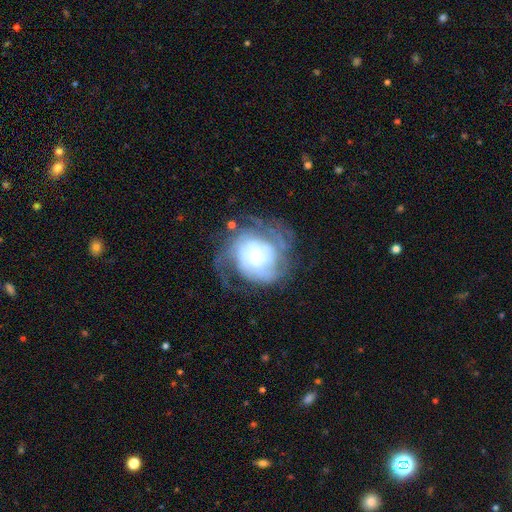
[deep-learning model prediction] Smooth or featured?
  - featured or disk: 79% *
  - smooth: 14%
  - star or artifact: 7%
Edge-on disk?
  - no: 98% *
  - yes: 2%
Bar?
  - no: 60% *
  - weak: 32%
  - strong: 8%
Spiral arms?
  - yes: 89% *
  - no: 11%
Spiral winding?
  - tight: 54% *
  - medium: 33%
  - loose: 13%
Spiral arm count?
  - can't tell: 41% *
  - 2: 22%
  - 3: 15%
  - 4: 9%
  - 1: 6%
  - more than 4: 6%
Bulge size?
  - small: 47% *
  - moderate: 28%
  - large: 15%
  - none: 6%
  - dominant: 3%
Merging?
  - none: 54% *
  - major disturbance: 23%
  - minor disturbance: 20%
  - merger: 3%